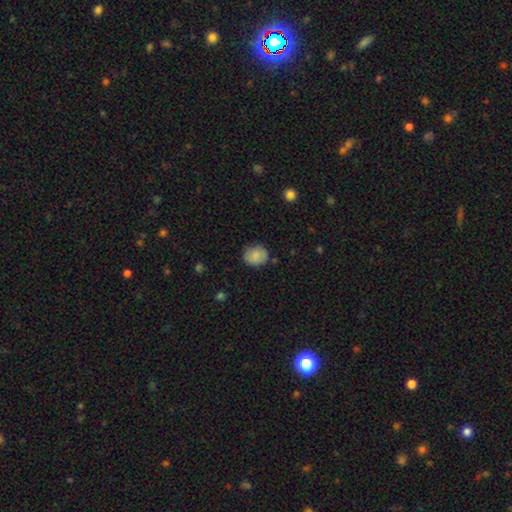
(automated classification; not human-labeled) This is clearly a smooth galaxy (85%). How rounded: likely round (68%). Merging: clearly none (82%).